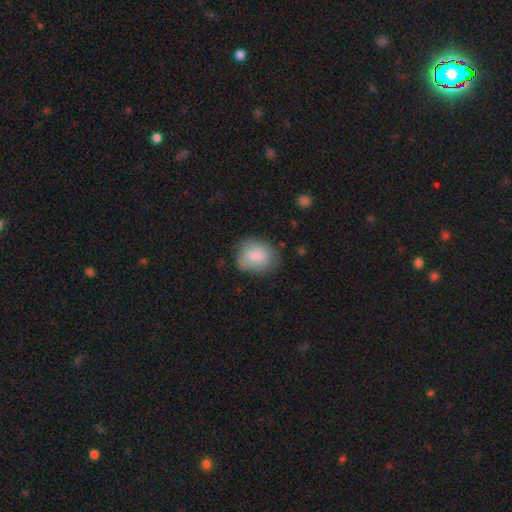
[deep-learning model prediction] A smooth galaxy with no disk features (81%) that is round (51%).

Vote fractions:
- Smooth or featured? smooth: 81% / featured or disk: 11% / star or artifact: 7%
- How rounded? round: 51% / in between: 48% / cigar-shaped: 1%
- Merging? none: 67% / minor disturbance: 23% / major disturbance: 7% / merger: 2%